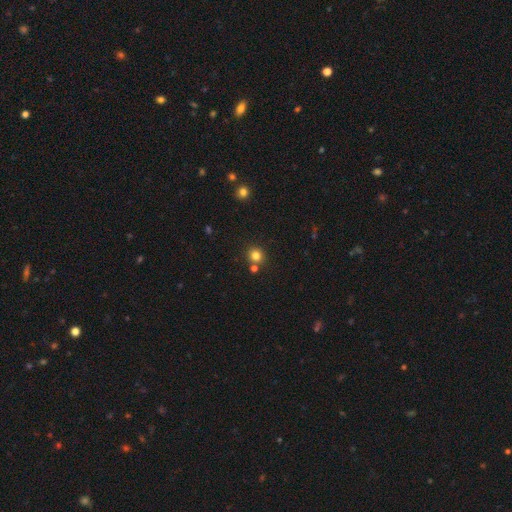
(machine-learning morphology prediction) Smooth or featured: smooth — 81% (star or artifact — 14%)
How rounded: round — 90% (in between — 9%)
Merging: none — 78% (merger — 13%)